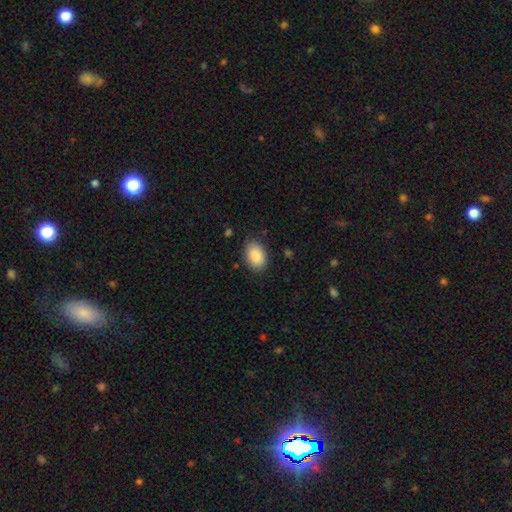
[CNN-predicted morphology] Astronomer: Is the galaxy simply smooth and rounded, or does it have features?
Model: smooth — 89%.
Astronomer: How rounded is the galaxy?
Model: in between — 87%.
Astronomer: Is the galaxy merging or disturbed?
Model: none — 83%.